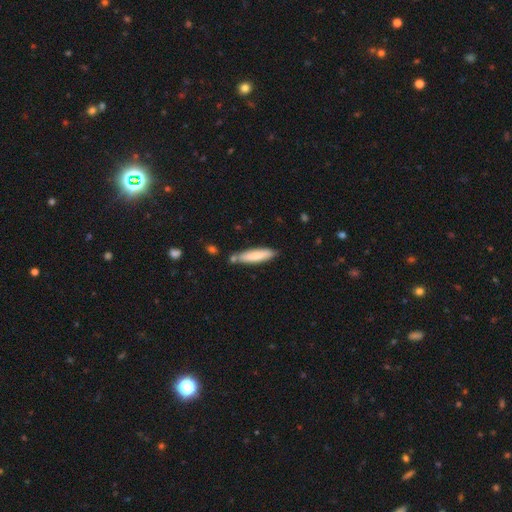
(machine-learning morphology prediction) smooth_or_featured: smooth (p=0.75) [alt: featured or disk p=0.19]
how_rounded: cigar-shaped (p=0.78) [alt: in between p=0.21]
merging: none (p=0.74) [alt: minor disturbance p=0.15]